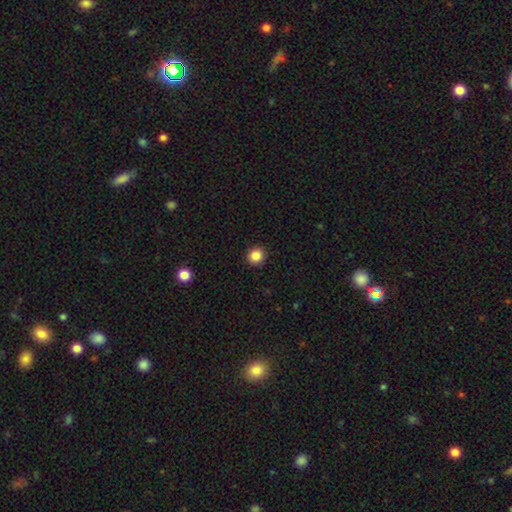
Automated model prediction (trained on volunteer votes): Overall: smooth (86%). How rounded: round (92%). Merging: none (93%).